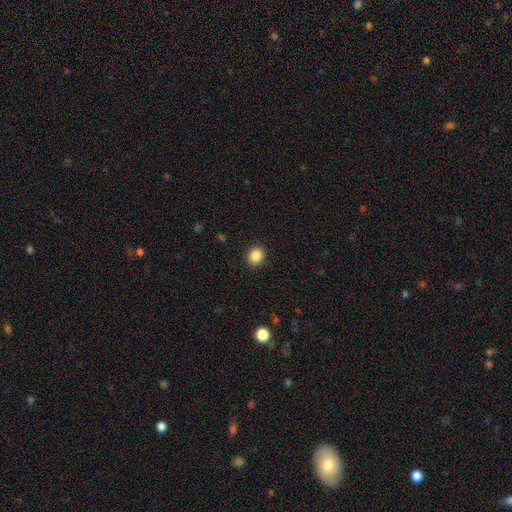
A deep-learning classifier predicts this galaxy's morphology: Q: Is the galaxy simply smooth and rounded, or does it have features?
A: smooth — 86%.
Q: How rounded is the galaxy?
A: round — 73%.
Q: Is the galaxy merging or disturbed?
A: none — 91%.